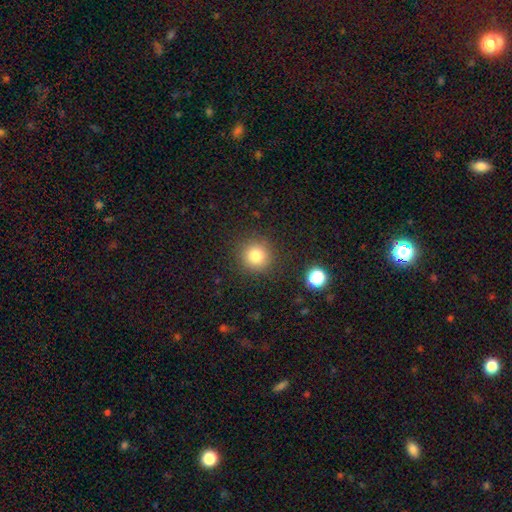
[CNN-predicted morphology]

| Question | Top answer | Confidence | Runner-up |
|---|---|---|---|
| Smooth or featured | smooth | 80% | star or artifact (13%) |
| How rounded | round | 94% | in between (5%) |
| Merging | none | 88% | minor disturbance (7%) |